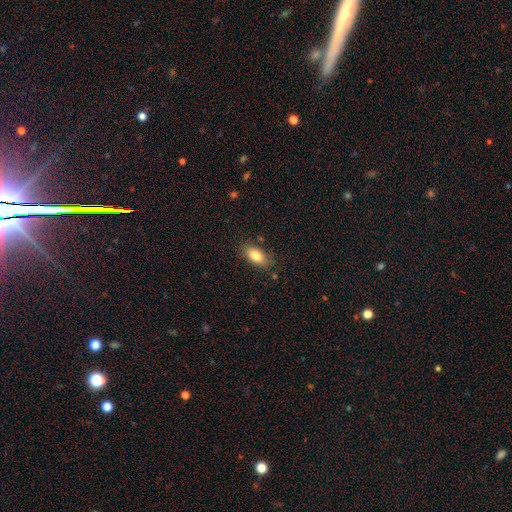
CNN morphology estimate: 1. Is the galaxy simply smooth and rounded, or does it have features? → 81% smooth, 11% featured or disk, 8% star or artifact.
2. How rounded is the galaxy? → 87% in between, 8% cigar-shaped, 5% round.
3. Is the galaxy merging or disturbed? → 79% none, 15% minor disturbance, 4% major disturbance, 2% merger.